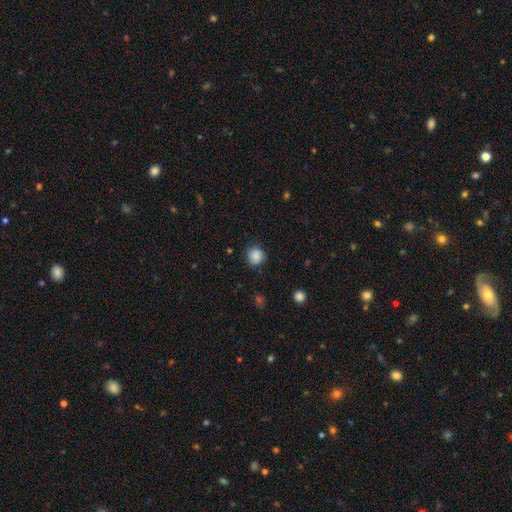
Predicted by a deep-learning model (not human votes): smooth_or_featured: smooth (p=0.85) [alt: star or artifact p=0.09]
how_rounded: round (p=0.89) [alt: in between p=0.10]
merging: none (p=0.80) [alt: minor disturbance p=0.15]